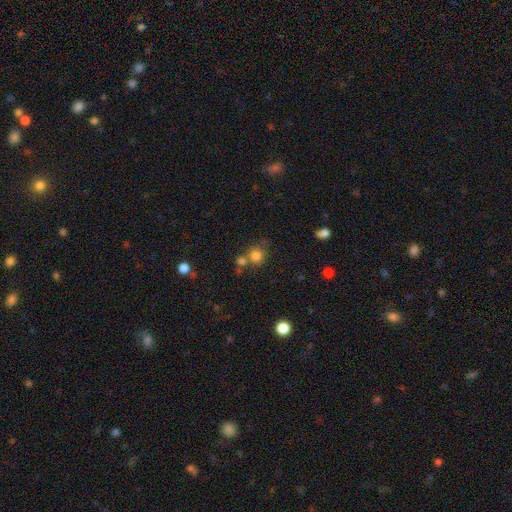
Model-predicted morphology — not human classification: Smooth or featured: smooth — 79% (star or artifact — 14%)
How rounded: round — 88% (in between — 11%)
Merging: none — 60% (merger — 26%)